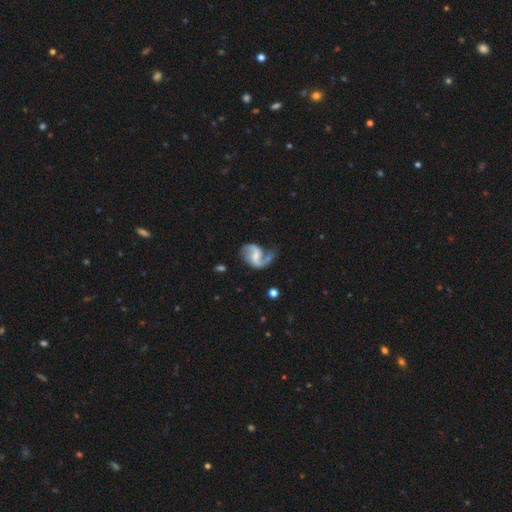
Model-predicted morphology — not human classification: A featured or disk galaxy (88%) with a weak bar (49%), 2 (89%) loose (59%) spiral arms (96%) and a small central bulge (40%).

Vote fractions:
- Smooth or featured? featured or disk: 88% / smooth: 7% / star or artifact: 5%
- Edge-on disk? no: 98% / yes: 2%
- Bar? weak: 49% / no: 28% / strong: 23%
- Spiral arms? yes: 96% / no: 4%
- Spiral winding? loose: 59% / medium: 35% / tight: 7%
- Spiral arm count? 2: 89% / 1: 6% / can't tell: 2% / 3: 1% / 4: 1% / more than 4: 1%
- Bulge size? small: 40% / moderate: 27% / none: 27% / large: 4% / dominant: 1%
- Merging? none: 60% / minor disturbance: 21% / major disturbance: 14% / merger: 5%